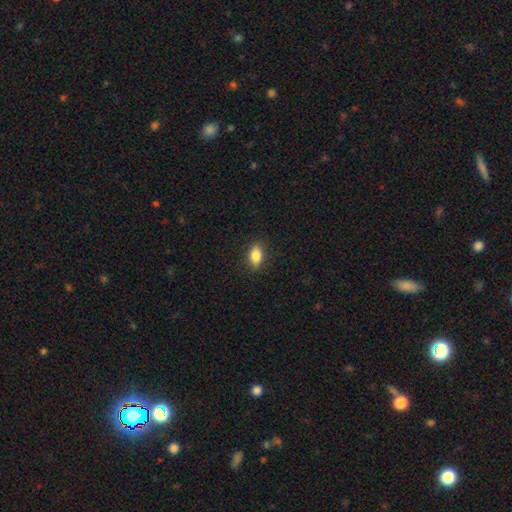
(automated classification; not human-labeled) Smooth or featured? smooth (82%)
How rounded? in between (84%)
Merging? none (88%)